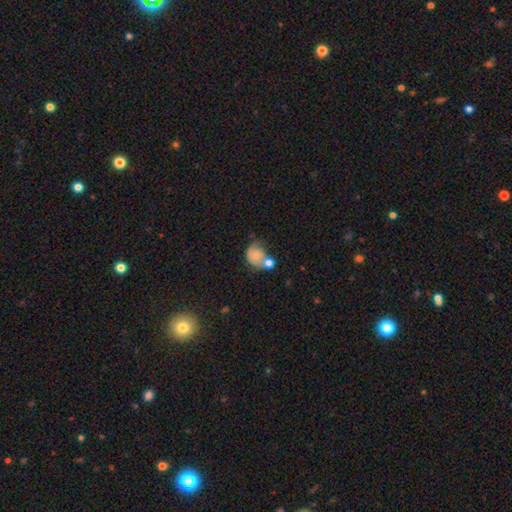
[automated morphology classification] Smooth or featured? smooth (67%)
How rounded? round (52%)
Merging? merger (34%)